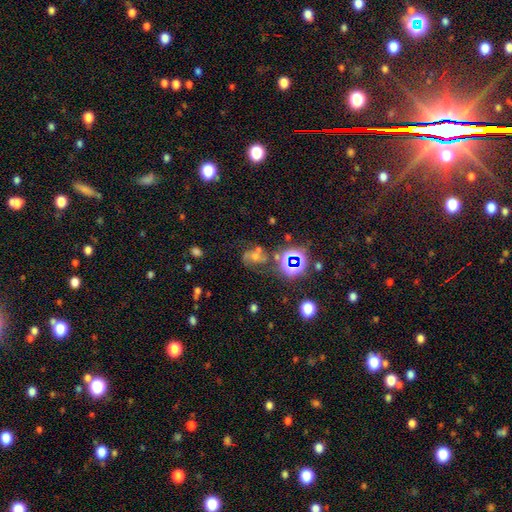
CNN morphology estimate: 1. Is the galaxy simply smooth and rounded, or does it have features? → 44% star or artifact, 37% featured or disk, 19% smooth.